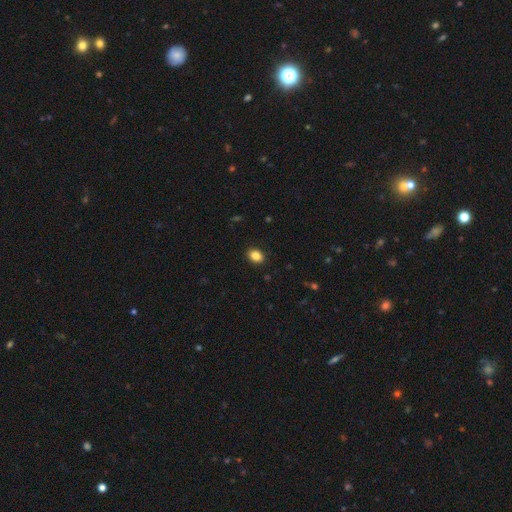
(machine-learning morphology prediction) type=smooth (86%); roundness=in between (68%); merging=none (90%).